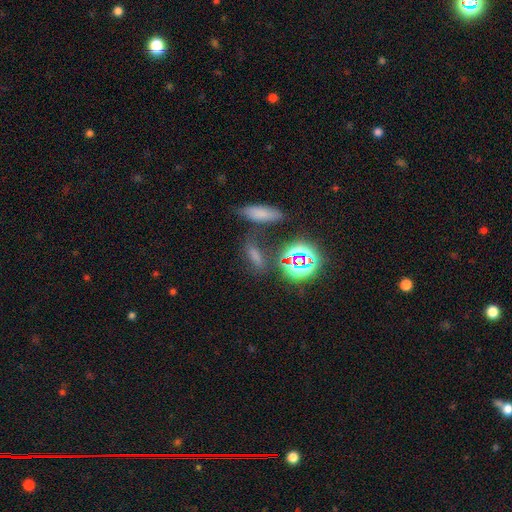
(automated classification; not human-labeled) A smooth galaxy with no disk features (47%).

Vote fractions:
- Smooth or featured? smooth: 47% / star or artifact: 39% / featured or disk: 14%
- Merging? none: 68% / minor disturbance: 13% / merger: 13% / major disturbance: 6%